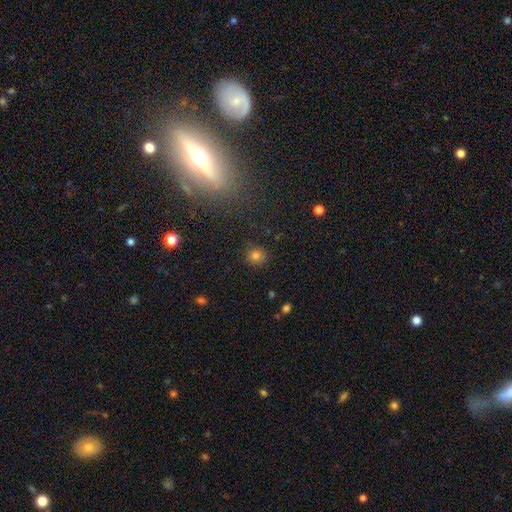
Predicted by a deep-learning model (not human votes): smooth_or_featured: smooth (p=0.79) [alt: star or artifact p=0.14]
how_rounded: round (p=0.86) [alt: in between p=0.13]
merging: none (p=0.88) [alt: minor disturbance p=0.08]